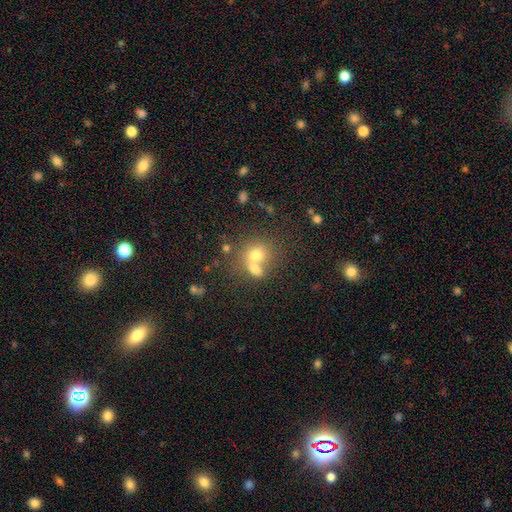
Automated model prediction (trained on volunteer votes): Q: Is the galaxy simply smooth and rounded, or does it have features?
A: smooth — 67%.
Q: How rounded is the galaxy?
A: round — 72%.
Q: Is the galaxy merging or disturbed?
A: merger — 53%.